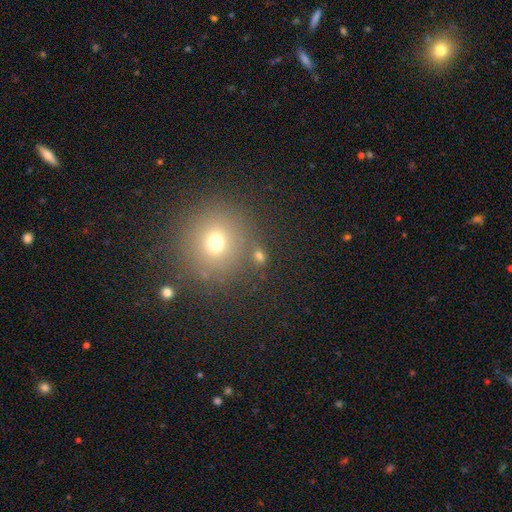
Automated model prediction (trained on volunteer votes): This is likely a smooth galaxy (64%). How rounded: clearly round (92%). Merging: clearly none (83%).